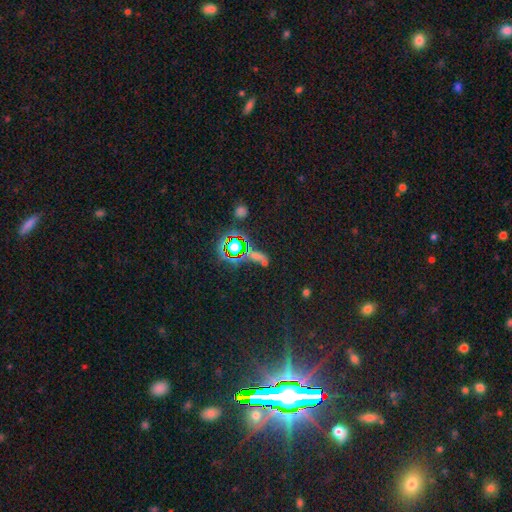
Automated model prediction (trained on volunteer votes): A star or artifact, not a galaxy (58%).

Vote fractions:
- Smooth or featured? star or artifact: 58% / smooth: 30% / featured or disk: 12%